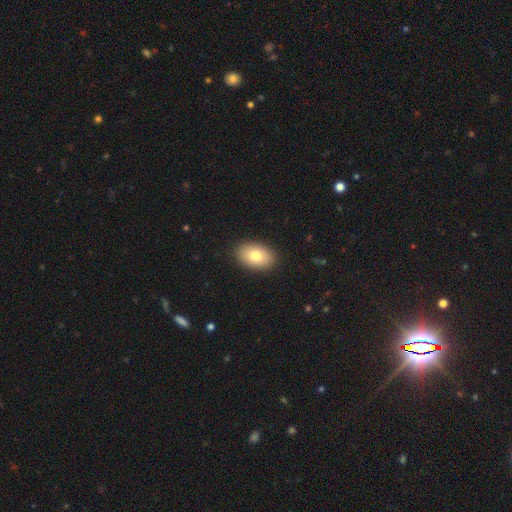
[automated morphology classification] Smooth or featured? Predicted: smooth (p=0.80). How rounded? Predicted: in between (p=0.87). Merging? Predicted: none (p=0.89).